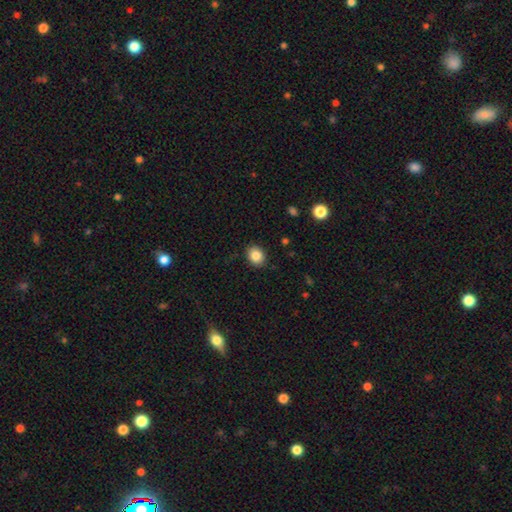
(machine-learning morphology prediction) Smooth or featured?
  - smooth: 85% *
  - star or artifact: 9%
  - featured or disk: 6%
How rounded?
  - round: 57% *
  - in between: 43%
  - cigar-shaped: 1%
Merging?
  - none: 88% *
  - minor disturbance: 9%
  - major disturbance: 2%
  - merger: 1%